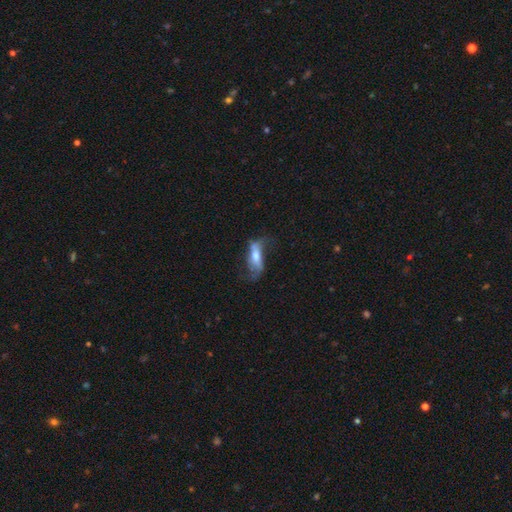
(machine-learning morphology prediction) Smooth or featured?
  - featured or disk: 60% *
  - smooth: 32%
  - star or artifact: 8%
Edge-on disk?
  - no: 80% *
  - yes: 20%
Merging?
  - none: 40% *
  - major disturbance: 30%
  - minor disturbance: 23%
  - merger: 7%